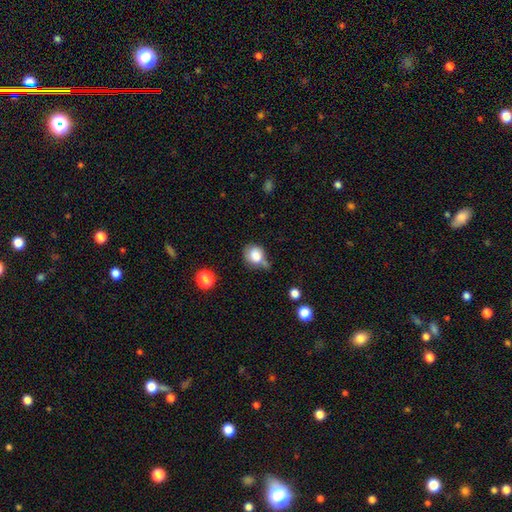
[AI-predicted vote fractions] The model was most divided on "merging": none: 44%, minor disturbance: 30%, merger: 15%, major disturbance: 11%. More confident: smooth or featured — smooth (81%); how rounded — round (68%).